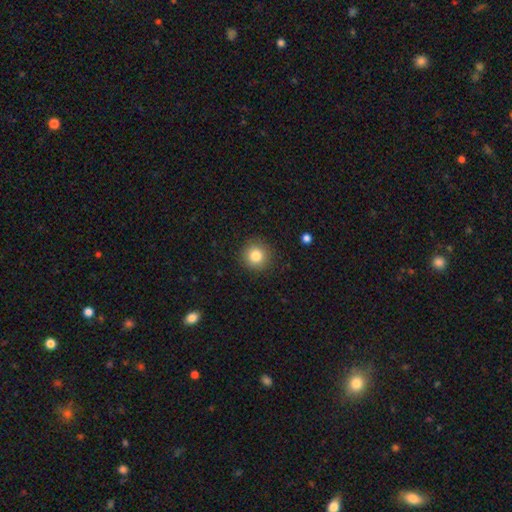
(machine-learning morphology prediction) Smooth or featured? Predicted: smooth (p=0.83). How rounded? Predicted: round (p=0.94). Merging? Predicted: none (p=0.90).